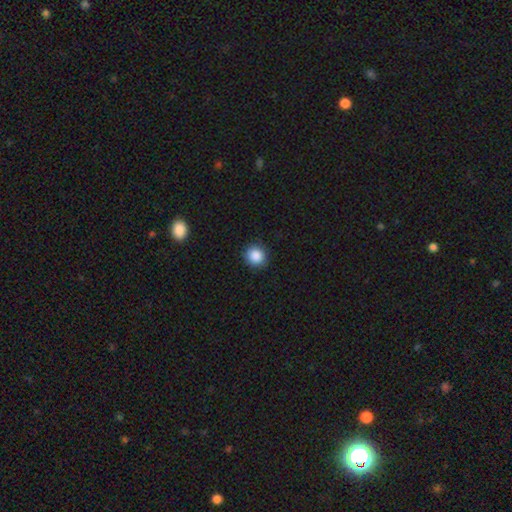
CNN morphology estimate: Smooth or featured: smooth — 88% (star or artifact — 9%)
How rounded: round — 90% (in between — 9%)
Merging: none — 90% (minor disturbance — 7%)